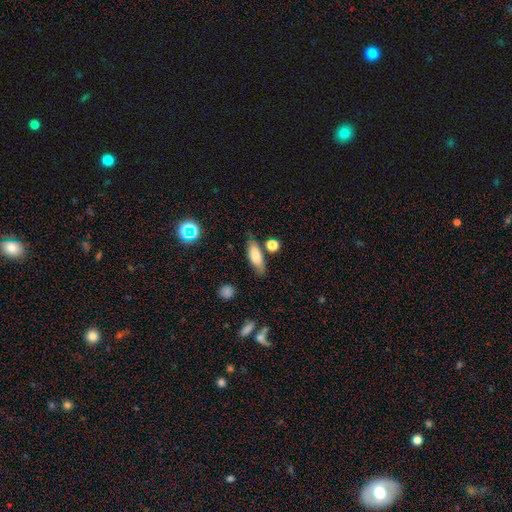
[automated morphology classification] This appears to be a smooth galaxy with no disk features (76%) that is in between round and cigar-shaped (64%). Merging: none (73%).